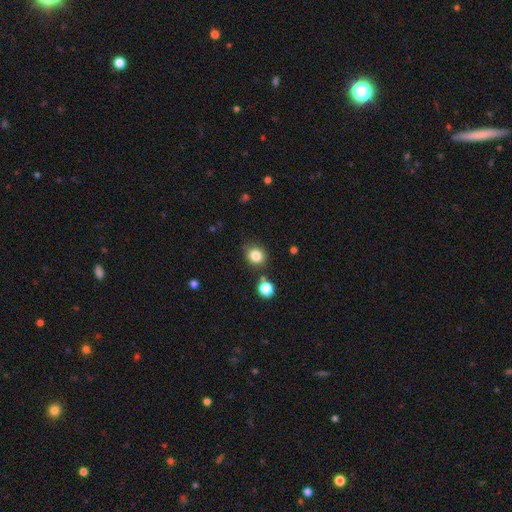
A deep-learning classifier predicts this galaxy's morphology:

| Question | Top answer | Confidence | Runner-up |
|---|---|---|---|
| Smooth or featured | smooth | 83% | star or artifact (12%) |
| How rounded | round | 75% | in between (24%) |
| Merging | none | 79% | minor disturbance (12%) |